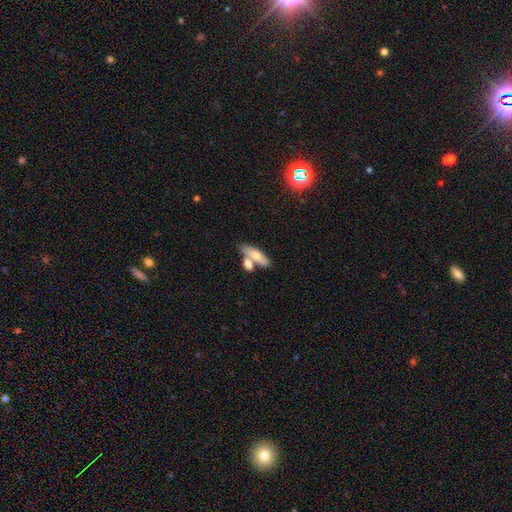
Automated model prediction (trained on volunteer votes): A smooth galaxy with no disk features (68%) that is in between round and cigar-shaped (58%).

Vote fractions:
- Smooth or featured? smooth: 68% / featured or disk: 25% / star or artifact: 7%
- How rounded? in between: 58% / cigar-shaped: 38% / round: 4%
- Merging? none: 48% / merger: 38% / minor disturbance: 11% / major disturbance: 4%